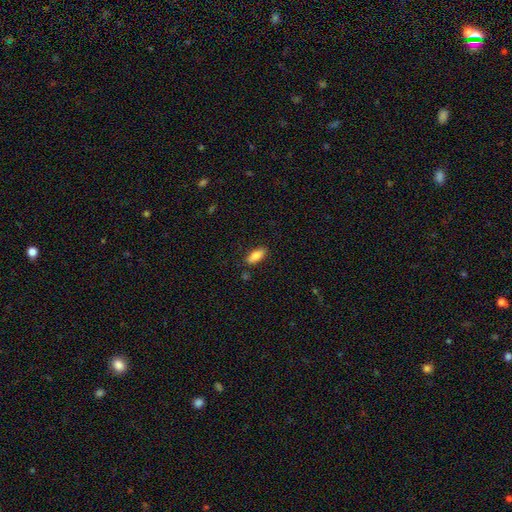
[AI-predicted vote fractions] Smooth or featured? smooth (83%)
How rounded? in between (82%)
Merging? none (85%)